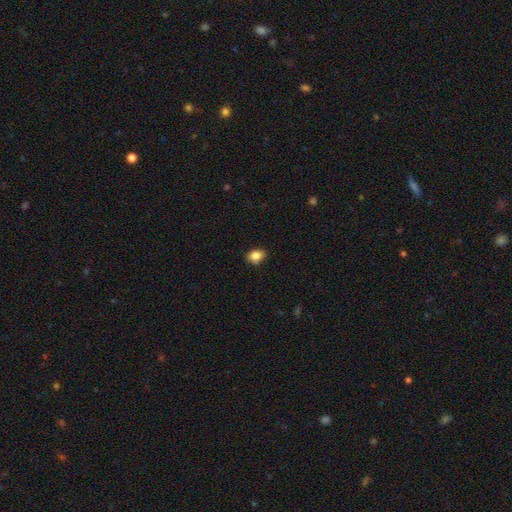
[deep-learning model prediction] Q: Smooth or featured?
A: smooth (85%); runner-up: star or artifact (9%)
Q: How rounded?
A: in between (62%); runner-up: round (37%)
Q: Merging?
A: none (81%); runner-up: minor disturbance (16%)